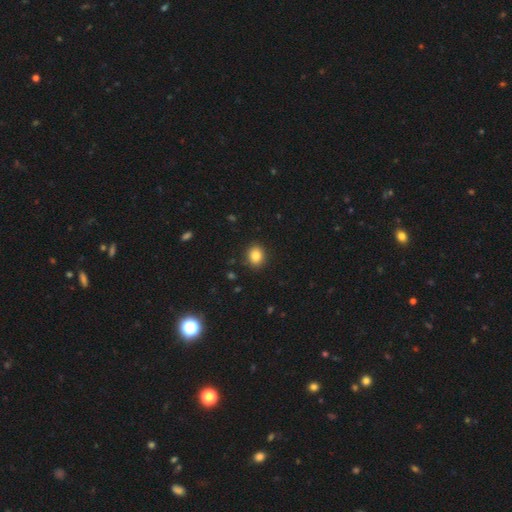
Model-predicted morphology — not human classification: type=smooth (85%); roundness=round (58%); merging=none (90%).